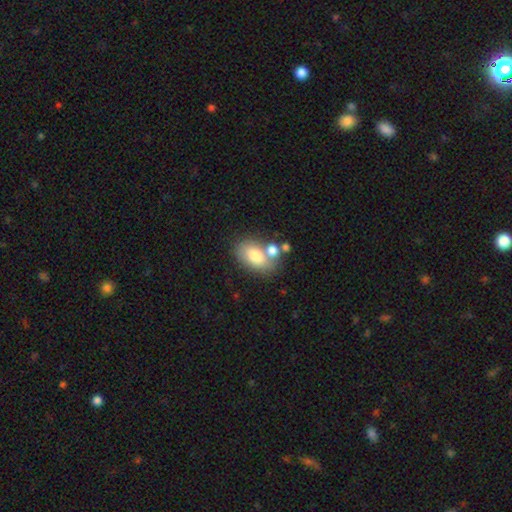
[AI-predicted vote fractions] Overall: smooth (76%). How rounded: in between (86%). Merging: none (52%; merger 29%).